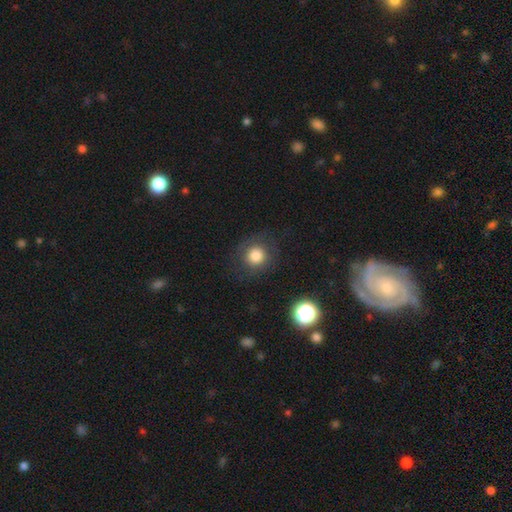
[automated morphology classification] Smooth or featured? Predicted: smooth (p=0.77). How rounded? Predicted: round (p=0.89). Merging? Predicted: none (p=0.80).